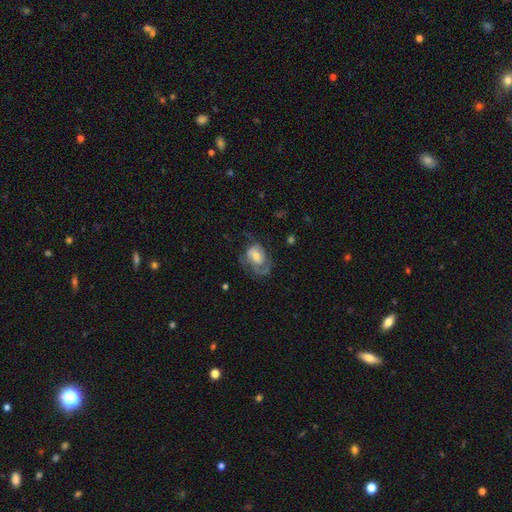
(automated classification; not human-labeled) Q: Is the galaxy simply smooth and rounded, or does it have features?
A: featured or disk — 76%.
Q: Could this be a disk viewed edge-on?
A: no — 97%.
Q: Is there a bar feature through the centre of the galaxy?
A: no — 50%.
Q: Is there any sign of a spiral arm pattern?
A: yes — 91%.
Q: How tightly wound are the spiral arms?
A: medium — 43%.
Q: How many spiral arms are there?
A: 2 — 50%.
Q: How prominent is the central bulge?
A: moderate — 51%.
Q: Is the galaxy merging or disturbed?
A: none — 54%.